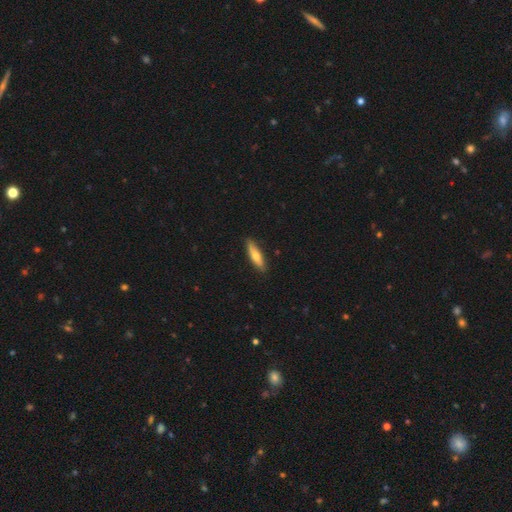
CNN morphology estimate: Smooth or featured: smooth — 64% (featured or disk — 31%)
How rounded: cigar-shaped — 73% (in between — 26%)
Merging: none — 88% (minor disturbance — 9%)